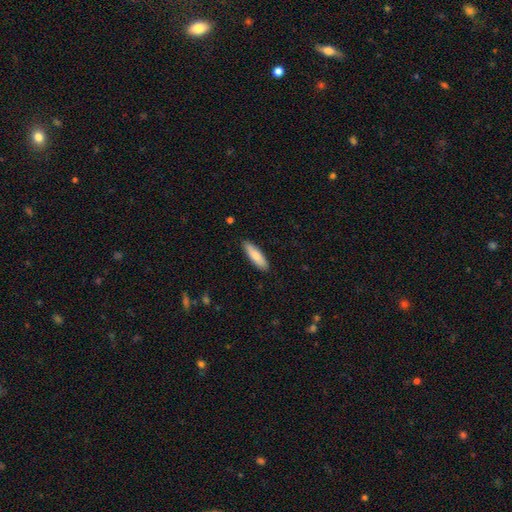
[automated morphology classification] type=smooth (83%); roundness=cigar-shaped (61%); merging=none (88%).